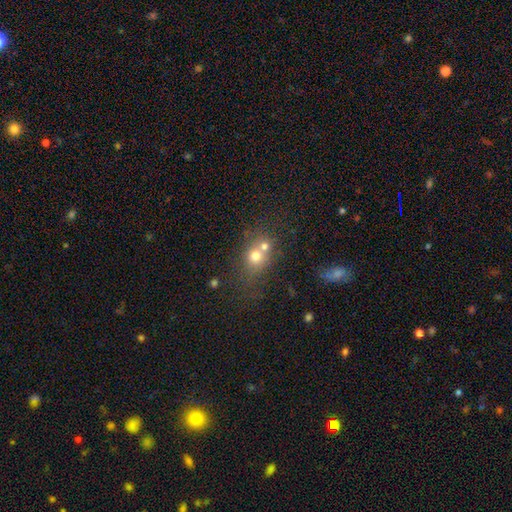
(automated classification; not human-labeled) Q: Smooth or featured?
A: smooth (68%); runner-up: featured or disk (17%)
Q: How rounded?
A: round (70%); runner-up: in between (28%)
Q: Merging?
A: merger (49%); runner-up: none (38%)